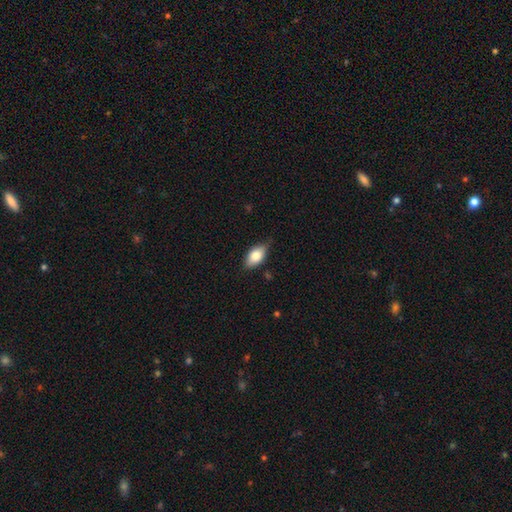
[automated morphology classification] Overall: smooth (80%). How rounded: in between (90%). Merging: none (74%).